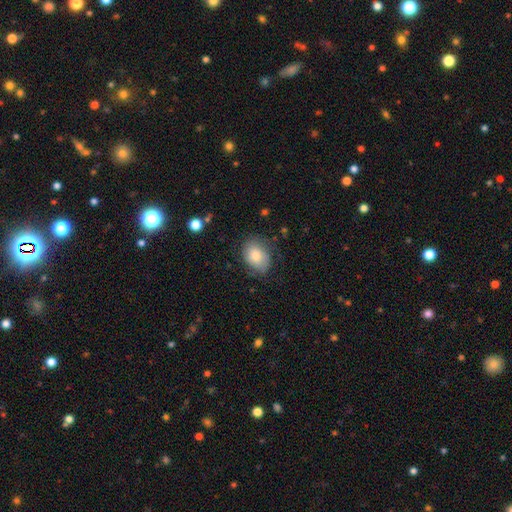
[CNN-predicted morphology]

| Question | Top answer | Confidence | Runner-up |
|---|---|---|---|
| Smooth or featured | smooth | 77% | featured or disk (16%) |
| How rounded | in between | 72% | round (27%) |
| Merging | none | 69% | minor disturbance (22%) |